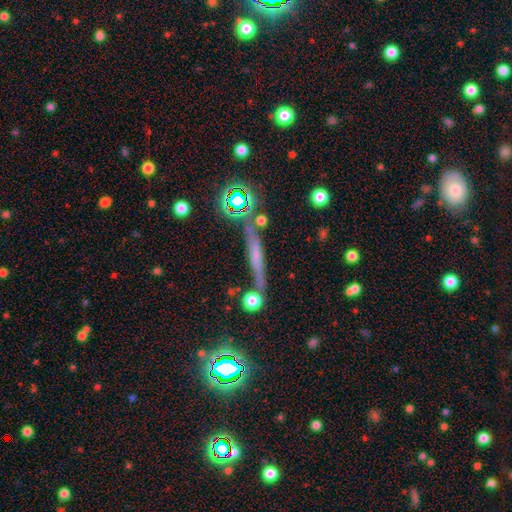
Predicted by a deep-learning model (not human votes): A featured or disk galaxy (45%).

Vote fractions:
- Smooth or featured? featured or disk: 45% / smooth: 38% / star or artifact: 17%
- Merging? none: 75% / minor disturbance: 14% / merger: 7% / major disturbance: 4%